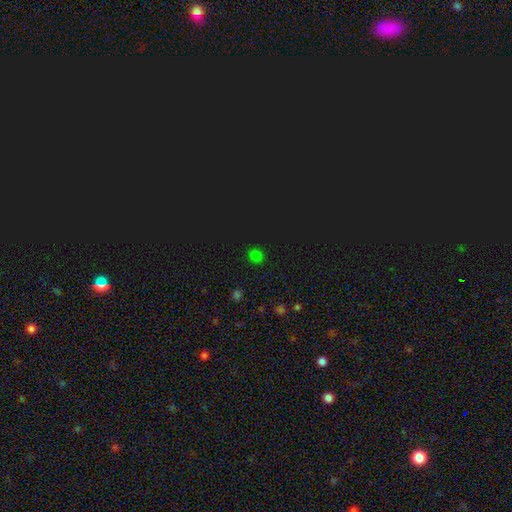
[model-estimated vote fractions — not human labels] This appears to be a smooth galaxy with no disk features (70%) that is round (86%). Merging: none (91%).